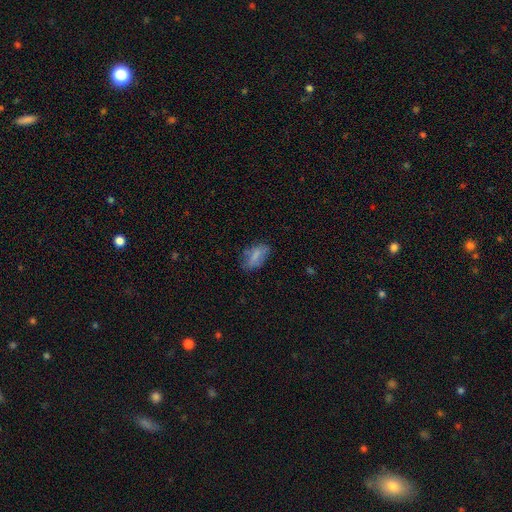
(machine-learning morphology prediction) smooth-or-featured: smooth: 68% | featured or disk: 23% | star or artifact: 9%
  how-rounded: in between: 86% | cigar-shaped: 10% | round: 4%
  merging: none: 61% | minor disturbance: 25% | major disturbance: 11% | merger: 3%